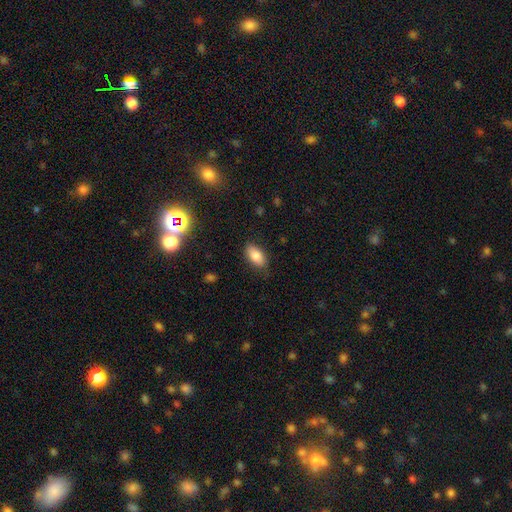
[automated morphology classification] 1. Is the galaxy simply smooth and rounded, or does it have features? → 82% smooth, 9% featured or disk, 9% star or artifact.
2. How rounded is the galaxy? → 91% in between, 5% cigar-shaped, 4% round.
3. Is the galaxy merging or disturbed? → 82% none, 14% minor disturbance, 3% major disturbance, 1% merger.